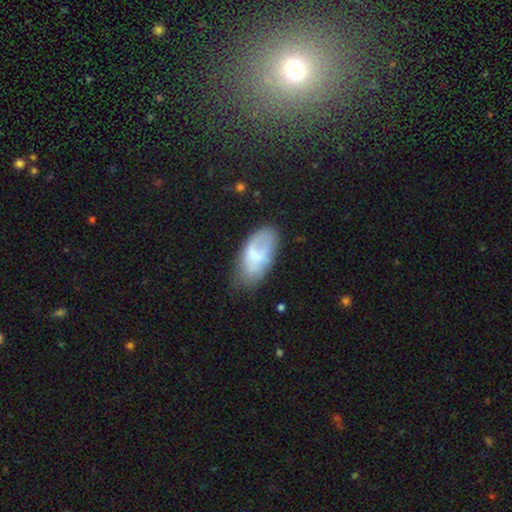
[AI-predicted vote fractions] Smooth or featured: smooth — 64% (featured or disk — 28%)
How rounded: in between — 93% (round — 3%)
Merging: none — 50% (minor disturbance — 31%)